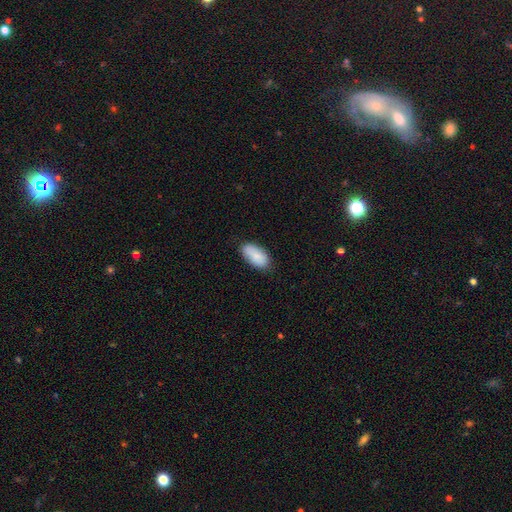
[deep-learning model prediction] The model was most divided on "merging": none: 76%, minor disturbance: 19%, major disturbance: 3%, merger: 2%. More confident: how rounded — in between (93%); smooth or featured — smooth (85%).